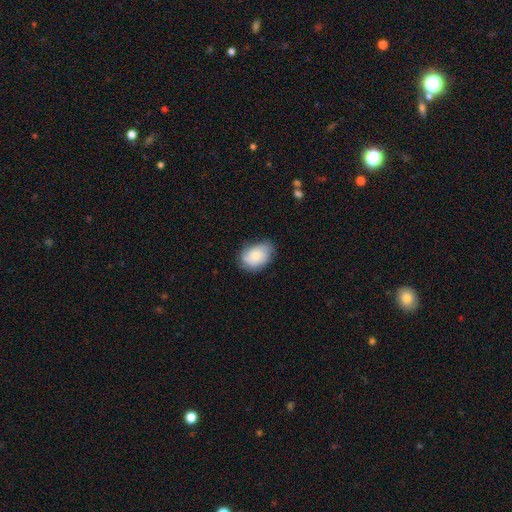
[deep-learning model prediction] This appears to be a smooth galaxy with no disk features (63%) that is in between round and cigar-shaped (79%). Merging: none (70%).